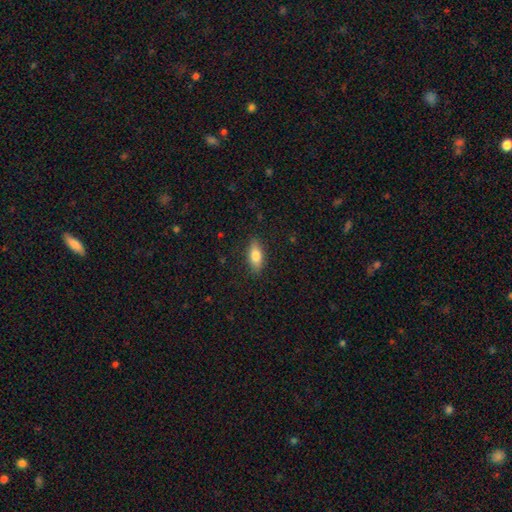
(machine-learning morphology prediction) Smooth or featured? smooth (78%)
How rounded? in between (79%)
Merging? none (86%)